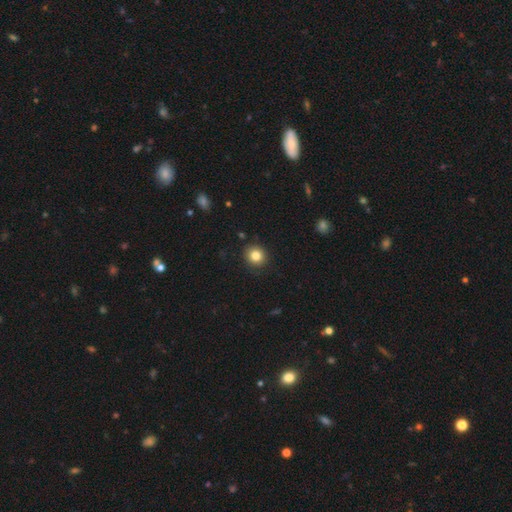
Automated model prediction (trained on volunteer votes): Smooth or featured? smooth (83%)
How rounded? round (86%)
Merging? none (90%)